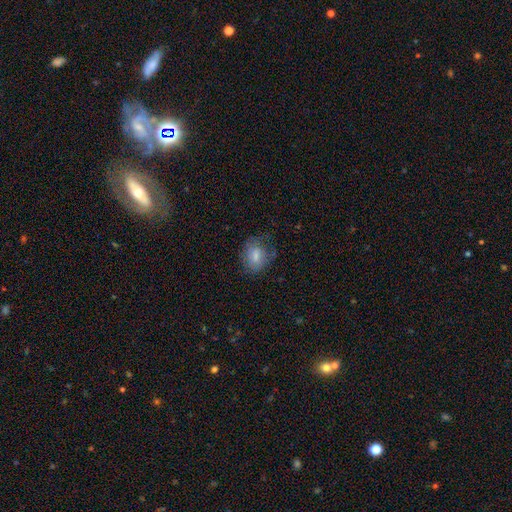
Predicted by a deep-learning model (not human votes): Smooth or featured: smooth — 71% (featured or disk — 21%)
How rounded: in between — 52% (round — 47%)
Merging: none — 57% (minor disturbance — 26%)